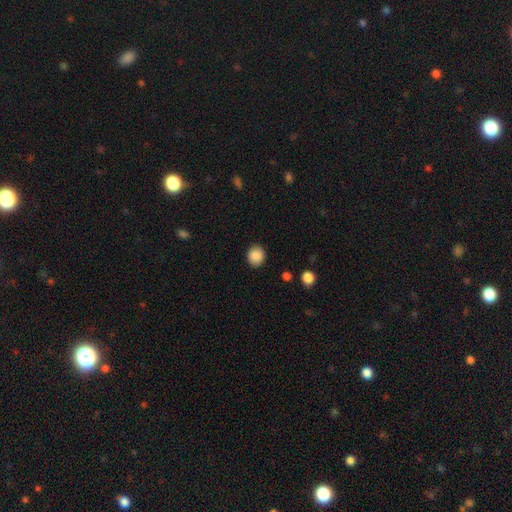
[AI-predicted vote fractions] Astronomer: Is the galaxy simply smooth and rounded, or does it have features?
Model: smooth — 88%.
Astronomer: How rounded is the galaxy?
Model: round — 78%.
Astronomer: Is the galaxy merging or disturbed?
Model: none — 89%.